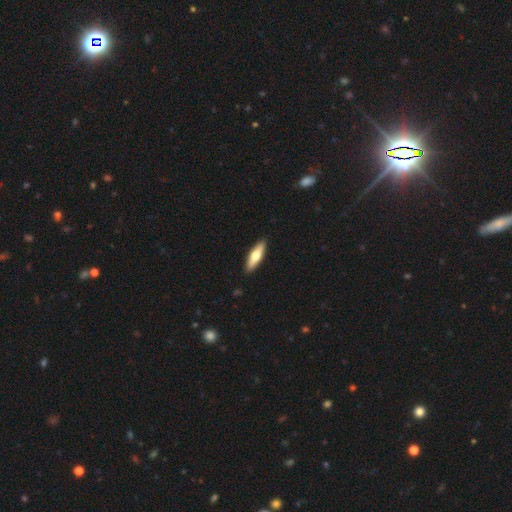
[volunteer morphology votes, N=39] This appears to be a smooth galaxy with no disk features (59%) that is cigar-shaped (74%). Merging: none (92%).